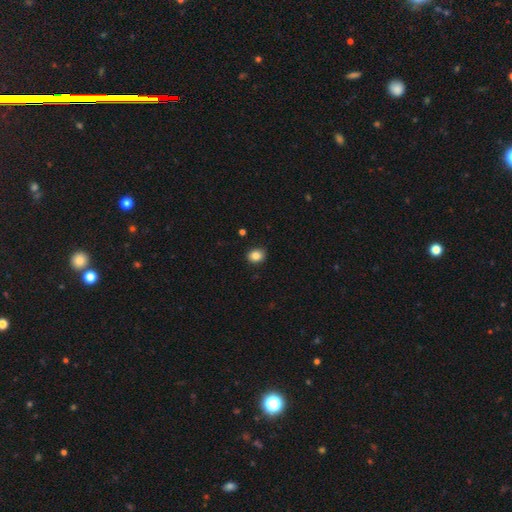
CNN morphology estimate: smooth-or-featured: smooth: 84% | star or artifact: 10% | featured or disk: 6%
  how-rounded: round: 58% | in between: 41% | cigar-shaped: 1%
  merging: none: 89% | minor disturbance: 8% | major disturbance: 2% | merger: 1%